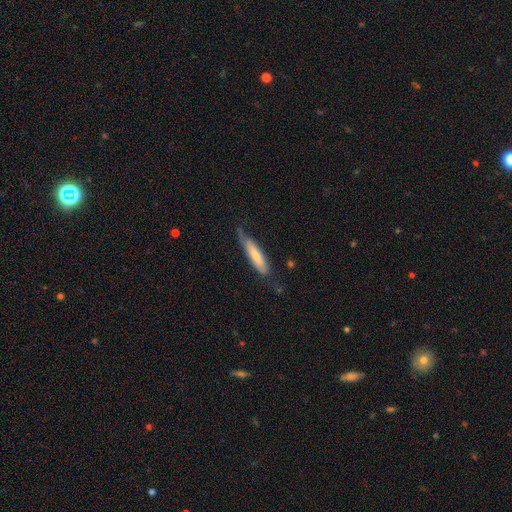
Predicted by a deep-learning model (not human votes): Smooth or featured: smooth — 65% (featured or disk — 30%)
How rounded: cigar-shaped — 76% (in between — 23%)
Merging: none — 55% (minor disturbance — 31%)